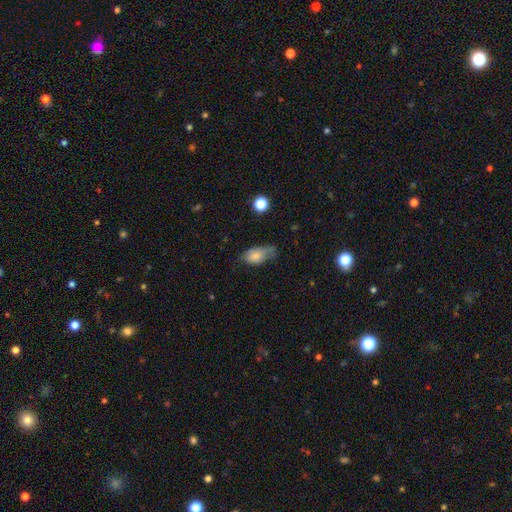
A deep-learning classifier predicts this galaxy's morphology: This appears to be a smooth galaxy with no disk features (74%) that is in between round and cigar-shaped (89%). Merging: minor disturbance (43%).